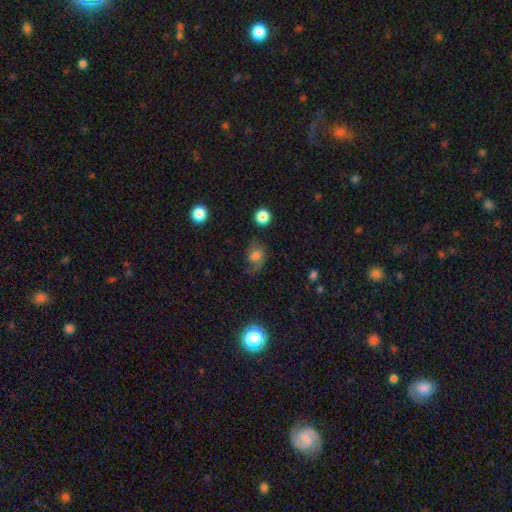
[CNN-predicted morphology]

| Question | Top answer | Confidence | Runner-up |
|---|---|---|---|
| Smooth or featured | smooth | 56% | featured or disk (31%) |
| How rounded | in between | 56% | round (43%) |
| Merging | none | 42% | major disturbance (27%) |